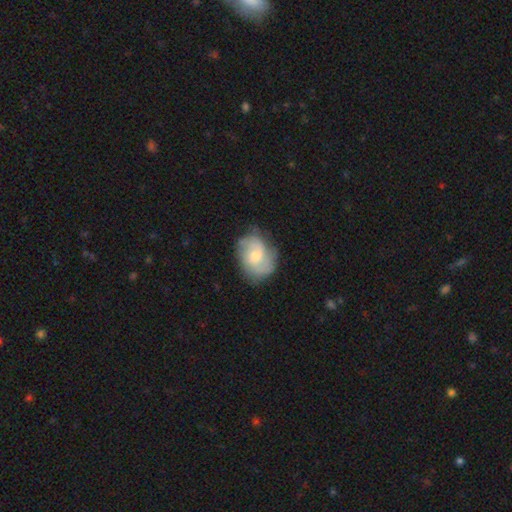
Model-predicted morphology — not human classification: Overall: featured or disk (59%; smooth 35%). Edge-on disk: no (97%). Bar: no (65%; weak 31%). Spiral arms: yes (85%). Bulge size: moderate (56%; small 37%). Merging: none (66%).